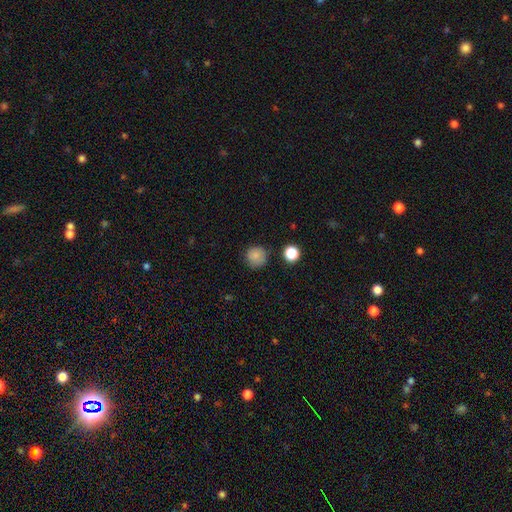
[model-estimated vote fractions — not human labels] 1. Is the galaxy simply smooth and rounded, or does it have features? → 84% smooth, 11% star or artifact, 5% featured or disk.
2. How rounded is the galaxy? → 94% round, 5% in between, 1% cigar-shaped.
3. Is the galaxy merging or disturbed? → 83% none, 12% minor disturbance, 3% major disturbance, 3% merger.